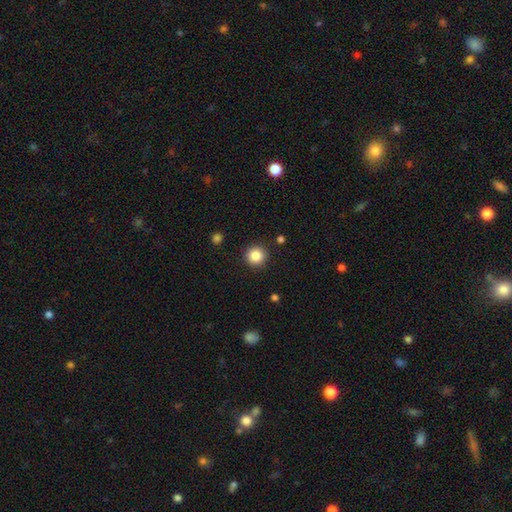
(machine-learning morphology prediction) The model was most divided on "smooth or featured": smooth: 85%, star or artifact: 10%, featured or disk: 4%. More confident: how rounded — round (95%); merging — none (91%).